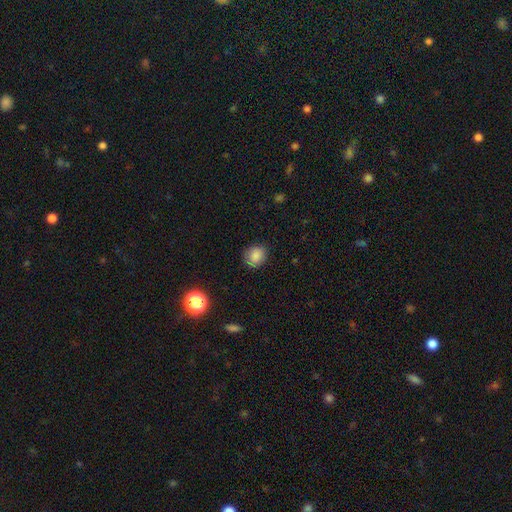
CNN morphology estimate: Smooth or featured: smooth — 84% (star or artifact — 10%)
How rounded: round — 63% (in between — 36%)
Merging: none — 81% (minor disturbance — 14%)